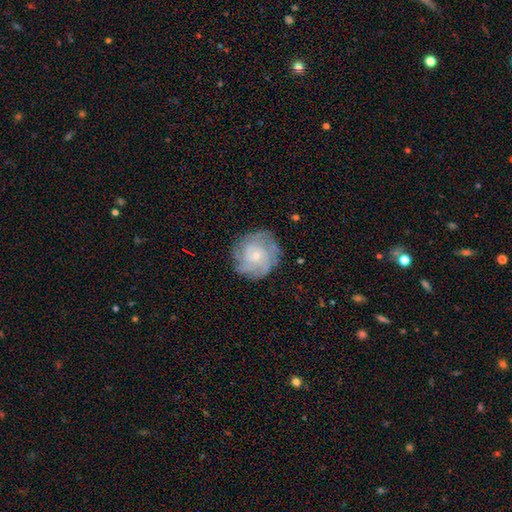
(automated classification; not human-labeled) Smooth or featured: featured or disk — 73% (smooth — 20%)
Edge-on disk: no — 98% (yes — 2%)
Bar: no — 78% (weak — 19%)
Spiral arms: yes — 91% (no — 9%)
Spiral winding: tight — 63% (medium — 28%)
Spiral arm count: can't tell — 41% (3 — 17%)
Bulge size: small — 67% (moderate — 28%)
Merging: none — 76% (minor disturbance — 16%)